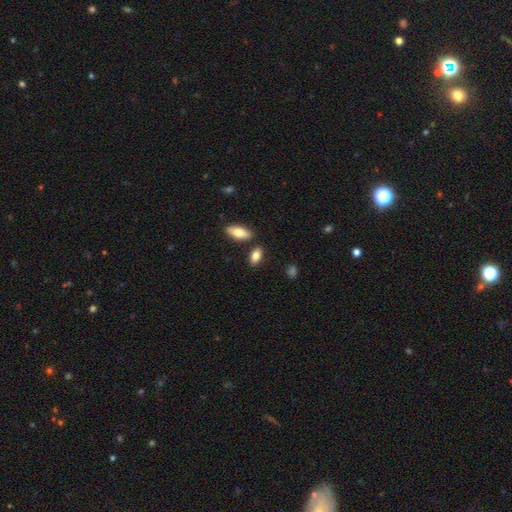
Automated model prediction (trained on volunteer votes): This is clearly a smooth galaxy (82%). How rounded: clearly in between (86%). Merging: likely none (79%).